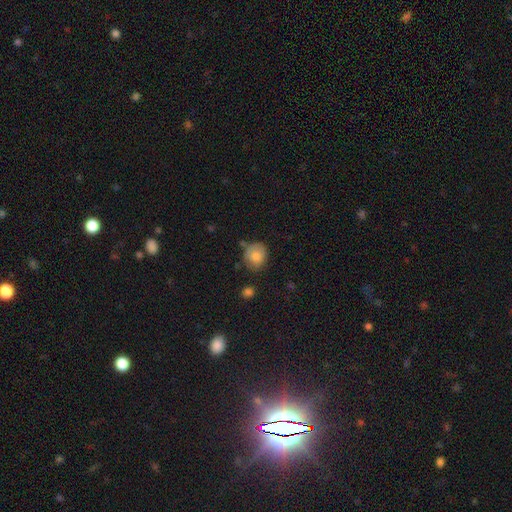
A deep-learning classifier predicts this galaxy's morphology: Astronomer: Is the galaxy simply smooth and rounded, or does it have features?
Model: smooth — 79%.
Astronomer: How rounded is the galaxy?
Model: round — 73%.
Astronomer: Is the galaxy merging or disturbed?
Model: none — 65%.